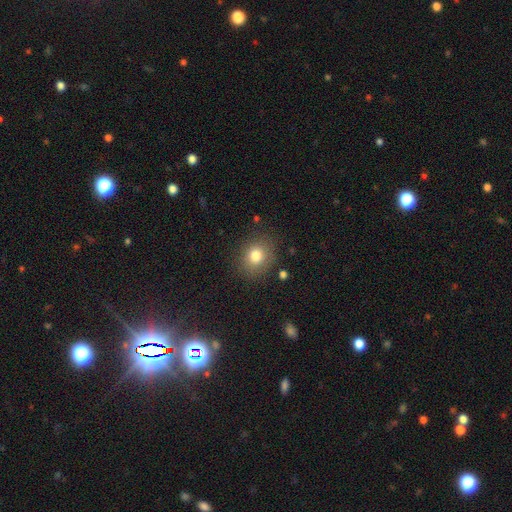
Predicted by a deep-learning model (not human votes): The model was most divided on "how rounded": round: 71%, in between: 28%, cigar-shaped: 1%. More confident: merging — none (84%); smooth or featured — smooth (79%).